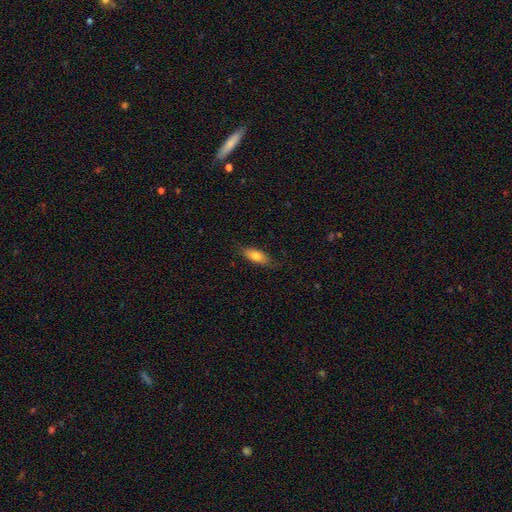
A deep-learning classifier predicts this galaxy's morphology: Smooth or featured? Predicted: smooth (p=0.76). How rounded? Predicted: in between (p=0.79). Merging? Predicted: none (p=0.74).